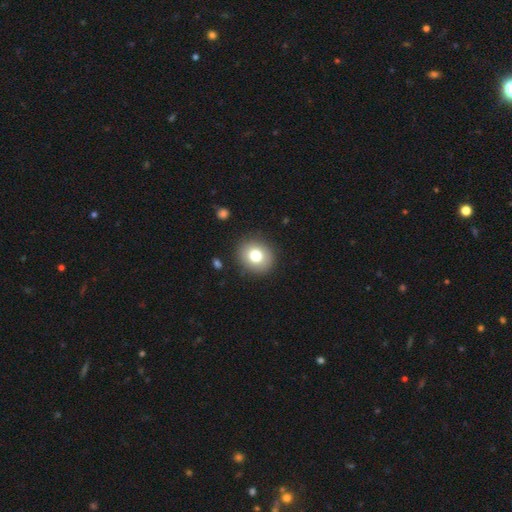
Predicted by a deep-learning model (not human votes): This appears to be a smooth galaxy with no disk features (77%) that is round (77%). Merging: none (89%).